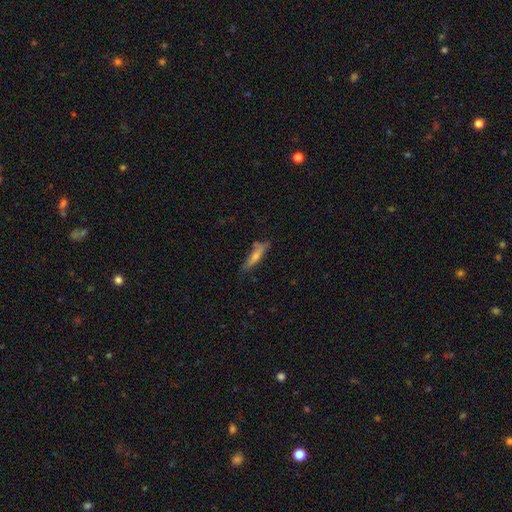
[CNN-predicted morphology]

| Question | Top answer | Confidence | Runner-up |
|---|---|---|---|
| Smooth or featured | smooth | 60% | featured or disk (33%) |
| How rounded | cigar-shaped | 80% | in between (18%) |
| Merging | none | 63% | minor disturbance (25%) |